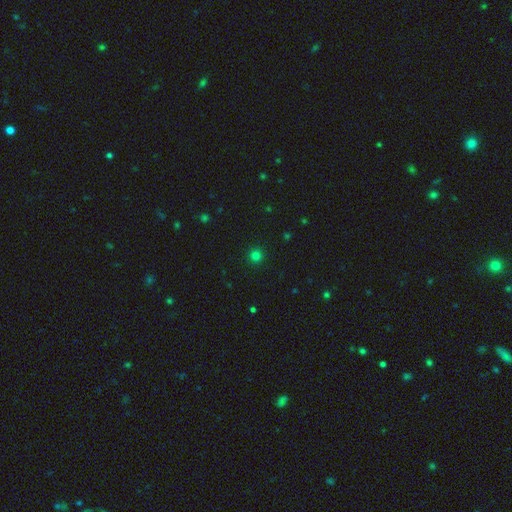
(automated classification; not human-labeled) Overall: smooth (78%). How rounded: round (95%). Merging: none (92%).